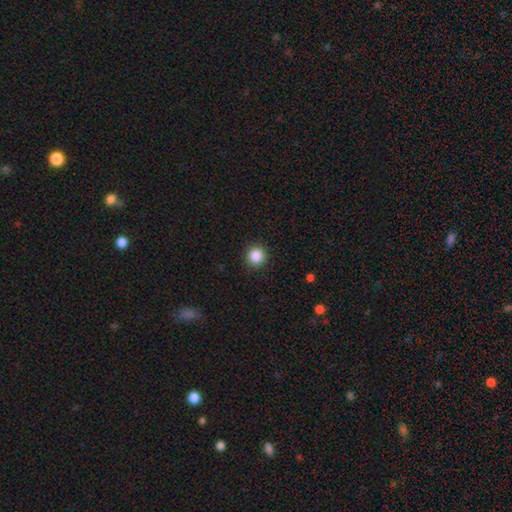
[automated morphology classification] smooth_or_featured: smooth (p=0.86) [alt: star or artifact p=0.10]
how_rounded: round (p=0.94) [alt: in between p=0.06]
merging: none (p=0.91) [alt: minor disturbance p=0.06]